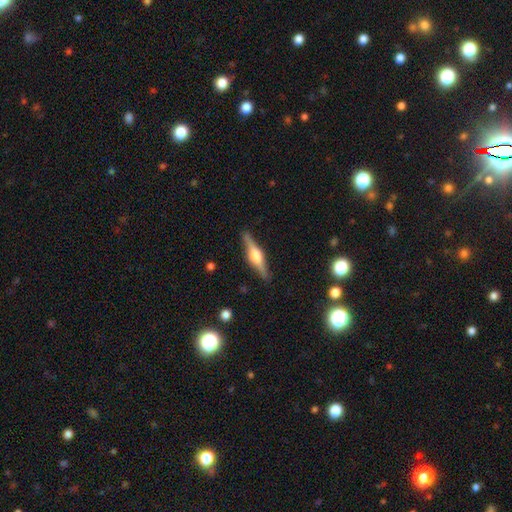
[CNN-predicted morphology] type=featured or disk (75%); edge-on=yes (98%); edge-on bulge=rounded (91%); merging=none (89%).